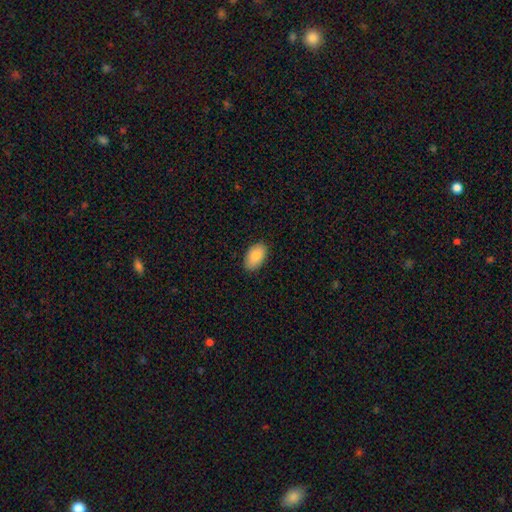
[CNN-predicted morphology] A smooth galaxy with no disk features (86%) that is in between round and cigar-shaped (93%).

Vote fractions:
- Smooth or featured? smooth: 86% / featured or disk: 7% / star or artifact: 7%
- How rounded? in between: 93% / round: 5% / cigar-shaped: 1%
- Merging? none: 88% / minor disturbance: 9% / major disturbance: 2% / merger: 1%